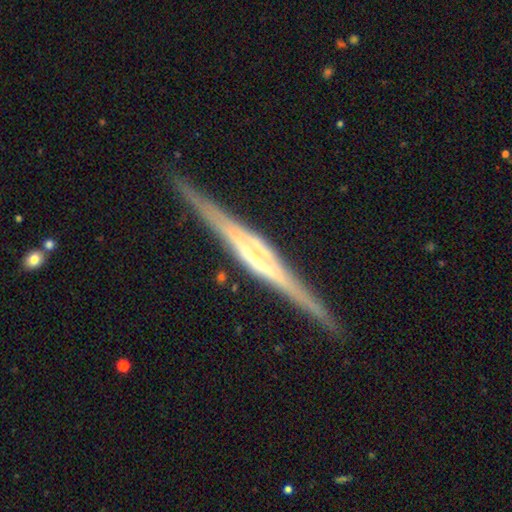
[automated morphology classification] smooth_or_featured: featured or disk (p=0.86) [alt: smooth p=0.09]
disk_edge_on: yes (p=0.98) [alt: no p=0.02]
edge_on_bulge: rounded (p=0.47) [alt: boxy p=0.37]
merging: none (p=0.89) [alt: minor disturbance p=0.09]